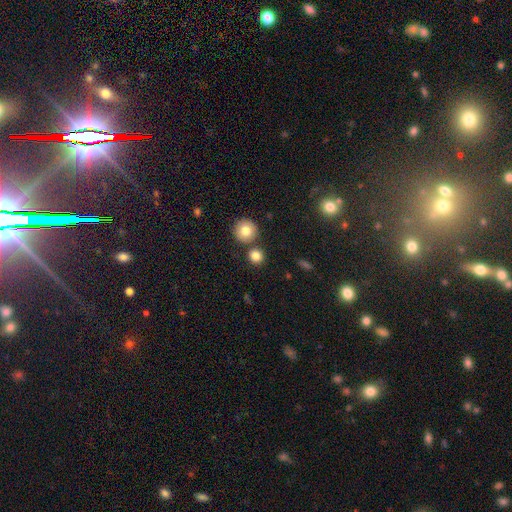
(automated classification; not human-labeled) Smooth or featured?
  - smooth: 83% *
  - star or artifact: 10%
  - featured or disk: 6%
How rounded?
  - round: 88% *
  - in between: 11%
  - cigar-shaped: 1%
Merging?
  - none: 73% *
  - merger: 16%
  - minor disturbance: 8%
  - major disturbance: 3%